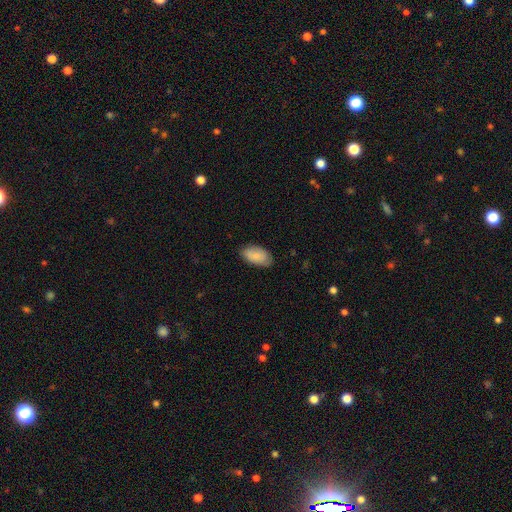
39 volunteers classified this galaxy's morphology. Smooth or featured?
  - smooth: 87% *
  - featured or disk: 8%
  - star or artifact: 5%
How rounded?
  - in between: 91% *
  - cigar-shaped: 6%
  - round: 3%
Merging?
  - none: 92% *
  - minor disturbance: 8%
  - major disturbance: 0%
  - merger: 0%